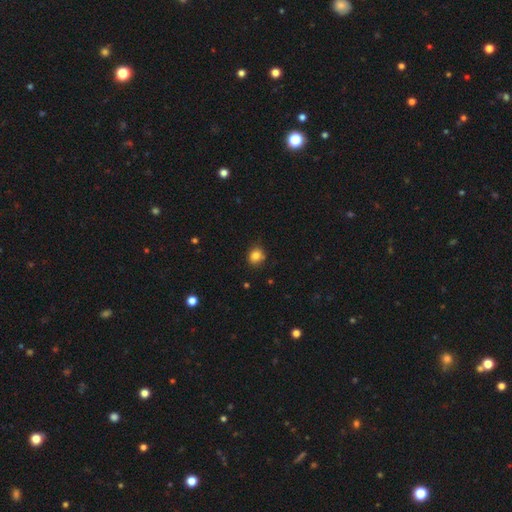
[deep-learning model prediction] smooth-or-featured: smooth: 84% | star or artifact: 11% | featured or disk: 5%
  how-rounded: round: 74% | in between: 25% | cigar-shaped: 1%
  merging: none: 79% | minor disturbance: 17% | major disturbance: 3% | merger: 2%